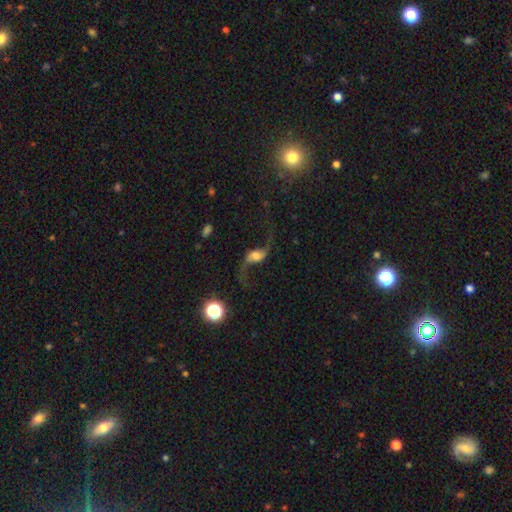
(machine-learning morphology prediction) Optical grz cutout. It shows a featured or disk galaxy (83%) with no bar (44%), 2 (93%) loose (93%) spiral arms (95%) and a moderate central bulge (43%). Merging: none (67%).